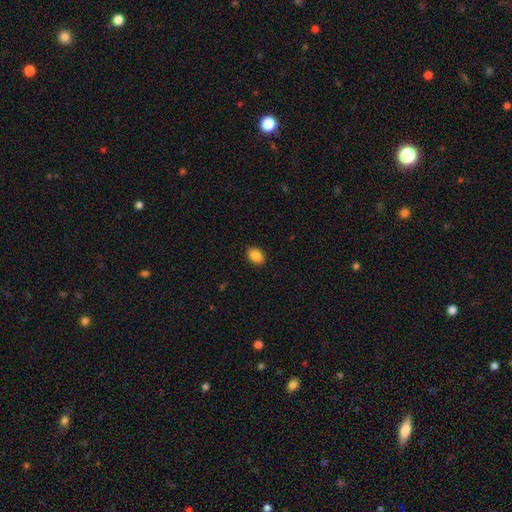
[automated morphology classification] This is clearly a smooth galaxy (88%). How rounded: likely in between (77%). Merging: clearly none (90%).